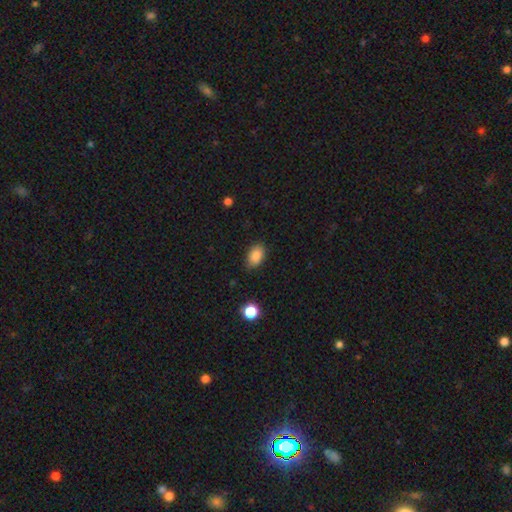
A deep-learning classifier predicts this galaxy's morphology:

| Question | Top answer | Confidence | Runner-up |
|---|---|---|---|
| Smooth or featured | smooth | 87% | star or artifact (9%) |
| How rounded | in between | 87% | round (12%) |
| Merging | none | 83% | minor disturbance (13%) |